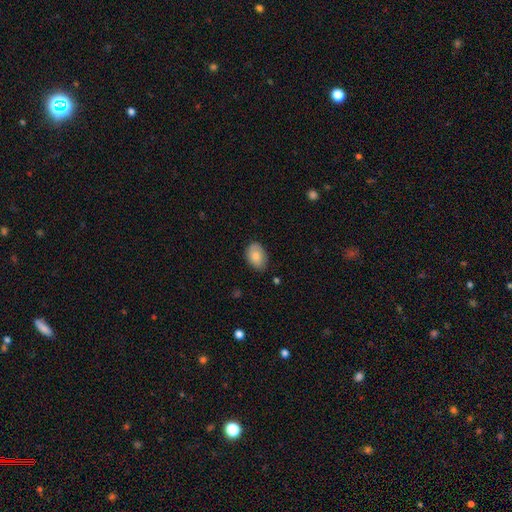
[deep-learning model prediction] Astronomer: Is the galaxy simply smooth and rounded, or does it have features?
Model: smooth — 84%.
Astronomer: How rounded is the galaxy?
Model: in between — 87%.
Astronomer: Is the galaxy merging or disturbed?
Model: none — 77%.